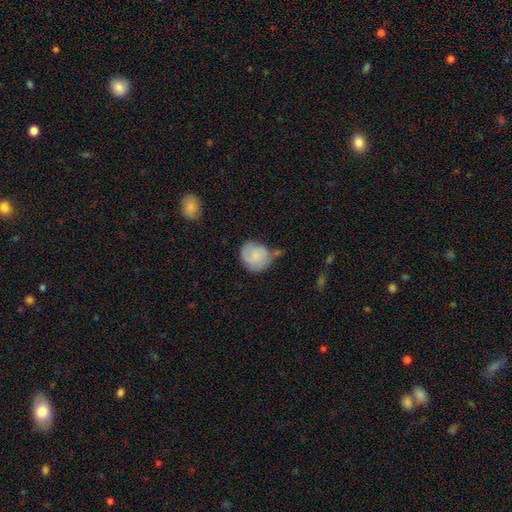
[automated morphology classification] smooth-or-featured: smooth: 57% | featured or disk: 35% | star or artifact: 7%
  how-rounded: round: 80% | in between: 19% | cigar-shaped: 1%
  merging: none: 49% | minor disturbance: 29% | major disturbance: 11% | merger: 11%